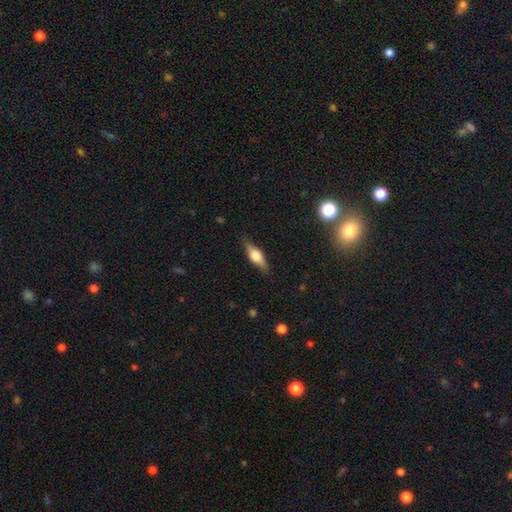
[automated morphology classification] type=featured or disk (53%); edge-on=yes (93%); merging=none (84%).